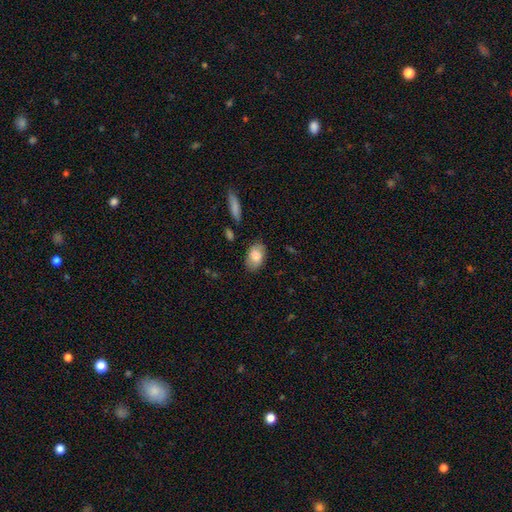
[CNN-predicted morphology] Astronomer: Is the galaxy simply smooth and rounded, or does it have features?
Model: smooth — 80%.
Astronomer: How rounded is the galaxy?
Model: in between — 90%.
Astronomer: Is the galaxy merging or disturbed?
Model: none — 83%.